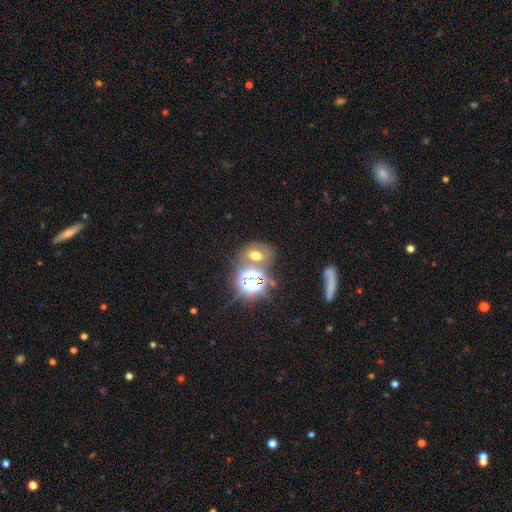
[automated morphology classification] This is marginally a smooth galaxy (44%). Merging: possibly none (56%).